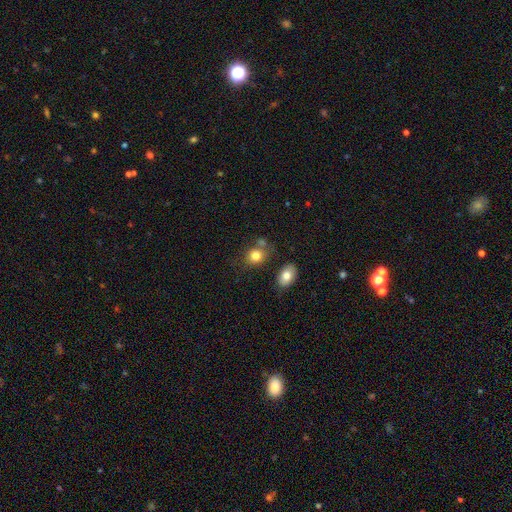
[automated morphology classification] This appears to be a smooth galaxy with no disk features (80%) that is round (54%). Merging: none (62%).